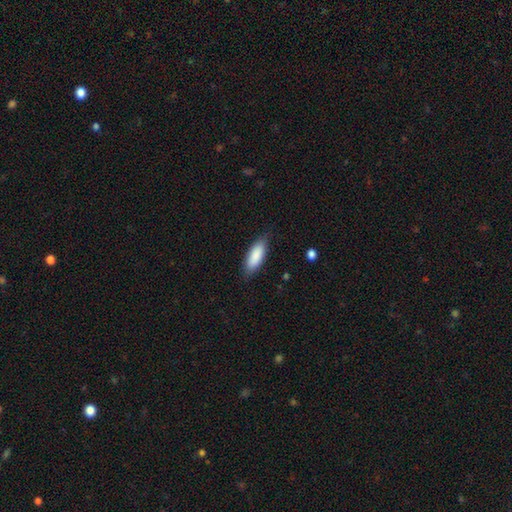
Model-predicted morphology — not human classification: Overall: smooth (87%). How rounded: in between (73%). Merging: none (81%).